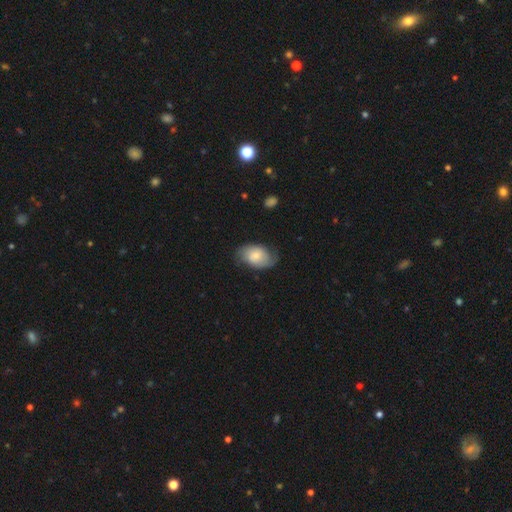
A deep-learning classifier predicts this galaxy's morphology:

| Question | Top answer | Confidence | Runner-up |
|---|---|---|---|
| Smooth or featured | smooth | 56% | featured or disk (38%) |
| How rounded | in between | 86% | round (13%) |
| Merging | none | 61% | minor disturbance (27%) |